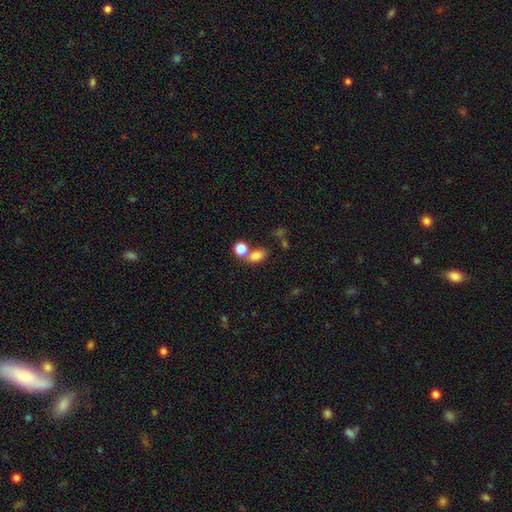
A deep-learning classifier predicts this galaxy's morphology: smooth 80%, star or artifact 12%, featured or disk 8%. Down the decision tree: how rounded — in between (78%); merging — none (51%).